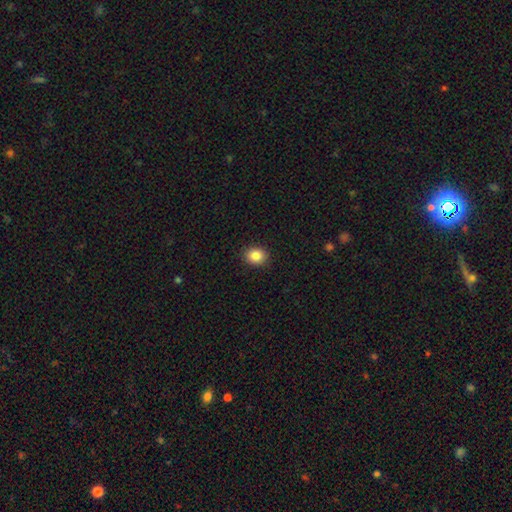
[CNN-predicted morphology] smooth 87%, star or artifact 9%, featured or disk 4%. Down the decision tree: how rounded — round (58%); merging — none (90%).